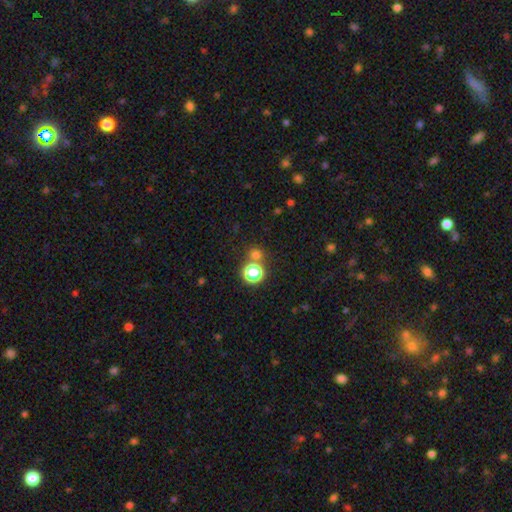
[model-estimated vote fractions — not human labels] Smooth or featured? Predicted: smooth (p=0.62). How rounded? Predicted: round (p=0.88). Merging? Predicted: none (p=0.71).